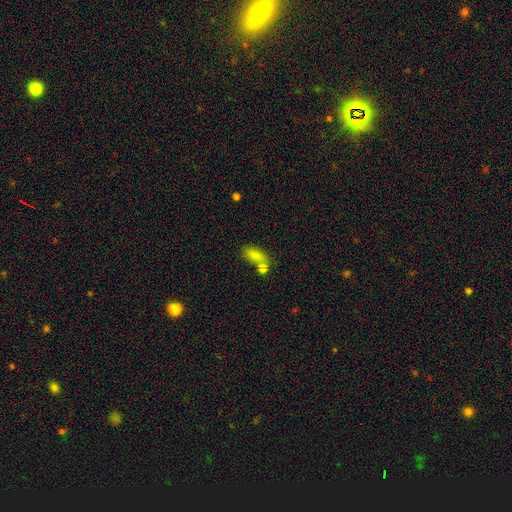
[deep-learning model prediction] Overall: smooth (81%). How rounded: in between (81%). Merging: none (45%; merger 34%).